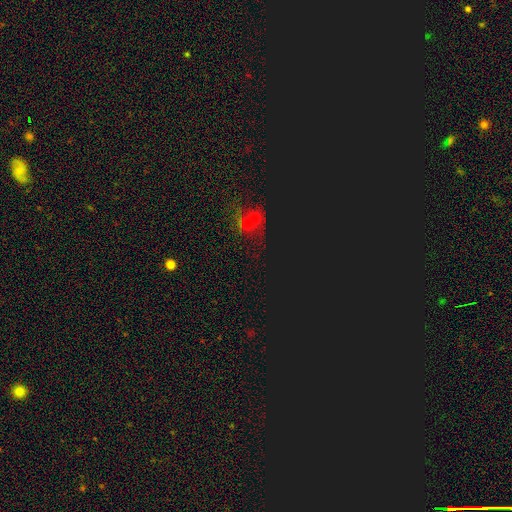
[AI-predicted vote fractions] Overall: star or artifact (60%; smooth 22%).